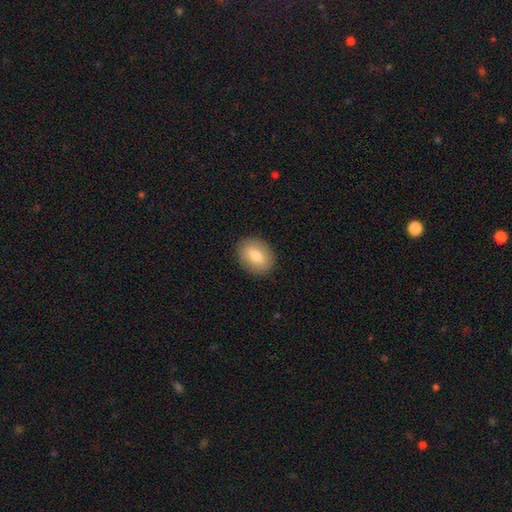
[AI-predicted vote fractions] Smooth or featured?
  - smooth: 76% *
  - featured or disk: 16%
  - star or artifact: 8%
How rounded?
  - in between: 68% *
  - round: 31%
  - cigar-shaped: 1%
Merging?
  - none: 89% *
  - minor disturbance: 8%
  - major disturbance: 2%
  - merger: 1%